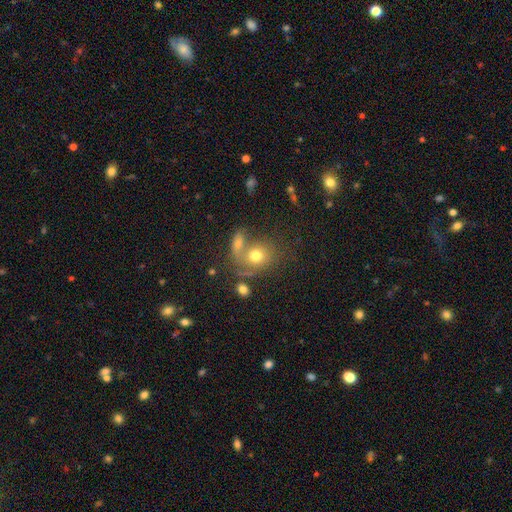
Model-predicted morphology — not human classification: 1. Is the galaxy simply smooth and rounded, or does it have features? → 70% smooth, 19% featured or disk, 12% star or artifact.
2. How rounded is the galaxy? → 61% round, 38% in between, 1% cigar-shaped.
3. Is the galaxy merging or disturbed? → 42% none, 37% merger, 12% minor disturbance, 9% major disturbance.